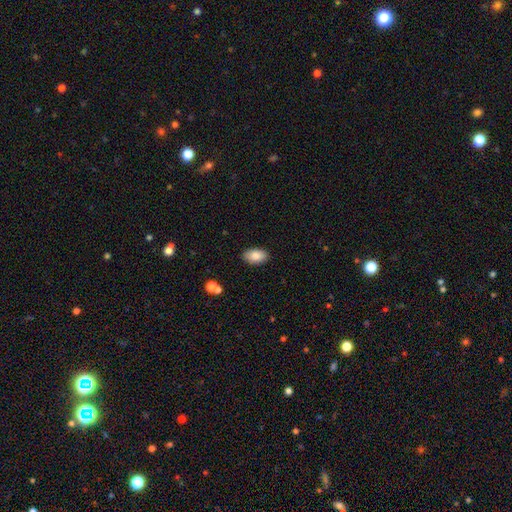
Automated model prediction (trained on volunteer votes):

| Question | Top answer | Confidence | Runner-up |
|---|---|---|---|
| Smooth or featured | smooth | 88% | star or artifact (7%) |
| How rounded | in between | 94% | round (5%) |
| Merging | none | 87% | minor disturbance (9%) |